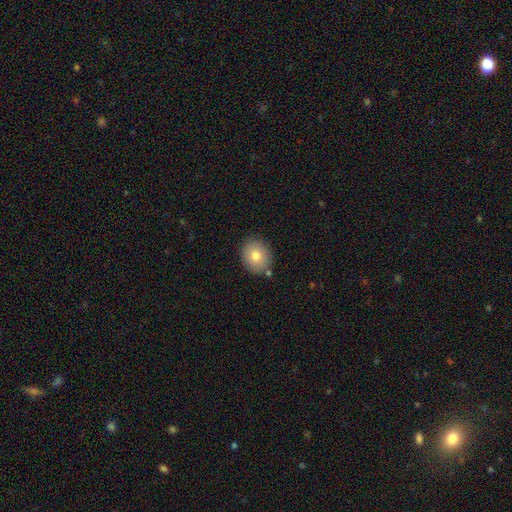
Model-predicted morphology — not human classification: Smooth or featured: smooth — 79% (featured or disk — 13%)
How rounded: round — 57% (in between — 42%)
Merging: none — 82% (minor disturbance — 11%)